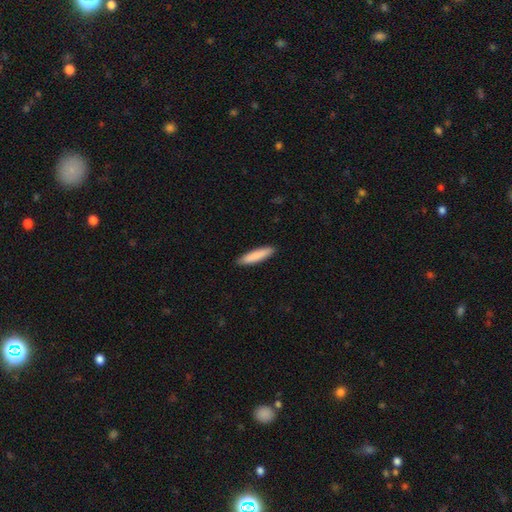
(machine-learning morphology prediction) The model was most divided on "how rounded": cigar-shaped: 80%, in between: 18%, round: 1%. More confident: merging — none (90%); smooth or featured — smooth (88%).